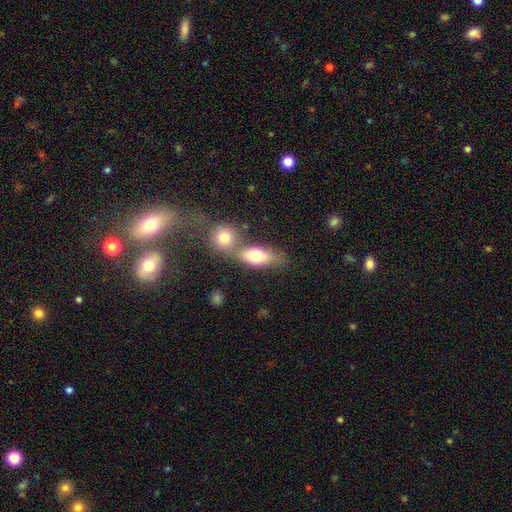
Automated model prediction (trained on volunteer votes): A smooth galaxy with no disk features (71%) that is in between round and cigar-shaped (75%). Merging: merger (43%).